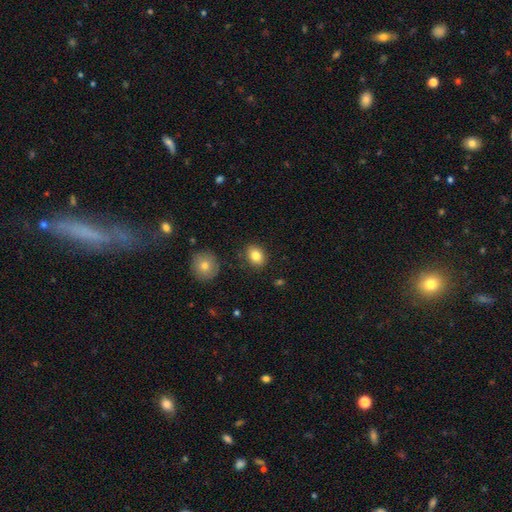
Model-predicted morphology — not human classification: This is clearly a smooth galaxy (82%). How rounded: possibly in between (52%). Merging: clearly none (86%).